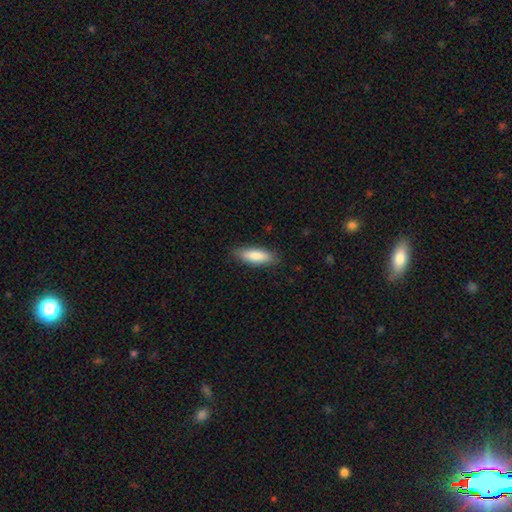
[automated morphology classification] smooth-or-featured: smooth: 85% | featured or disk: 9% | star or artifact: 5%
  how-rounded: in between: 57% | cigar-shaped: 41% | round: 2%
  merging: none: 85% | minor disturbance: 11% | major disturbance: 2% | merger: 1%